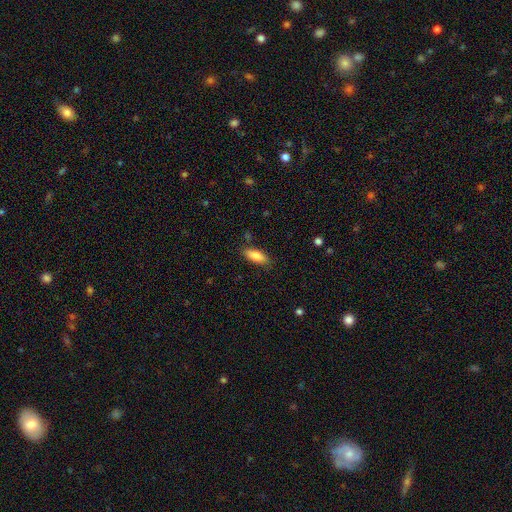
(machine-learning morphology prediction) Smooth or featured? Predicted: smooth (p=0.83). How rounded? Predicted: in between (p=0.74). Merging? Predicted: none (p=0.83).